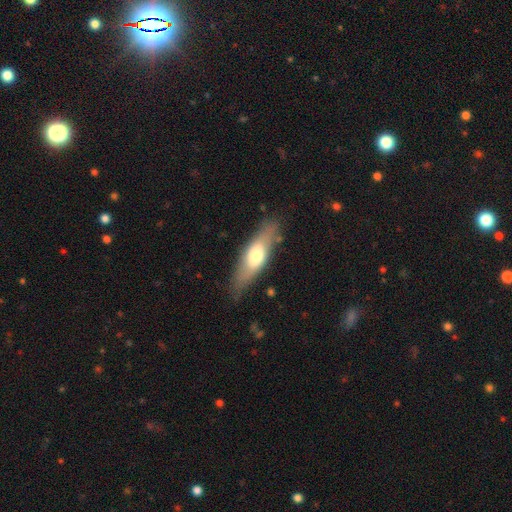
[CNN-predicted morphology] Smooth or featured? Predicted: smooth (p=0.58). How rounded? Predicted: in between (p=0.52). Merging? Predicted: none (p=0.78).